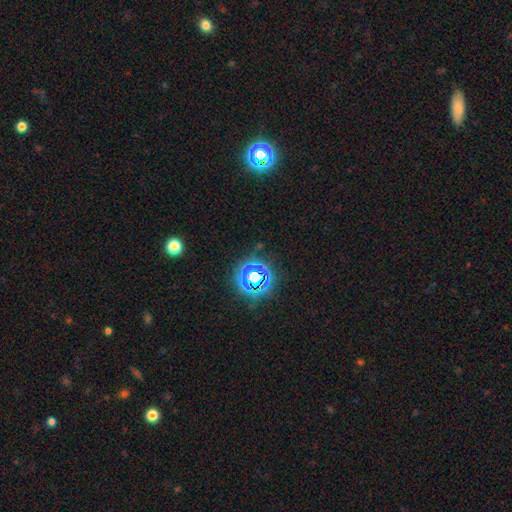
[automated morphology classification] smooth-or-featured: star or artifact: 68% | smooth: 26% | featured or disk: 6%